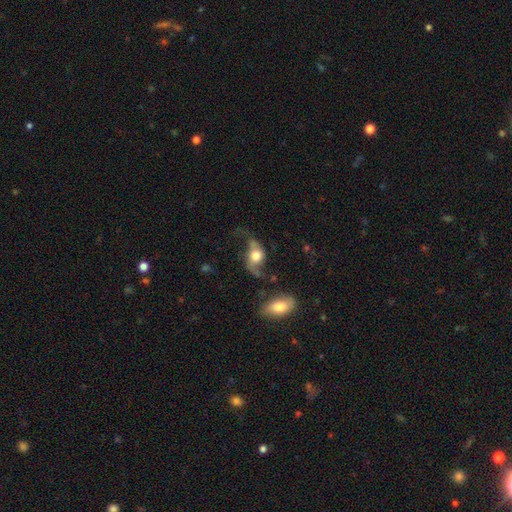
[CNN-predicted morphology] Smooth or featured: featured or disk — 60% (smooth — 32%)
Edge-on disk: no — 92% (yes — 8%)
Bar: no — 71% (weak — 23%)
Spiral arms: yes — 82% (no — 18%)
Bulge size: large — 42% (moderate — 41%)
Merging: none — 40% (major disturbance — 29%)